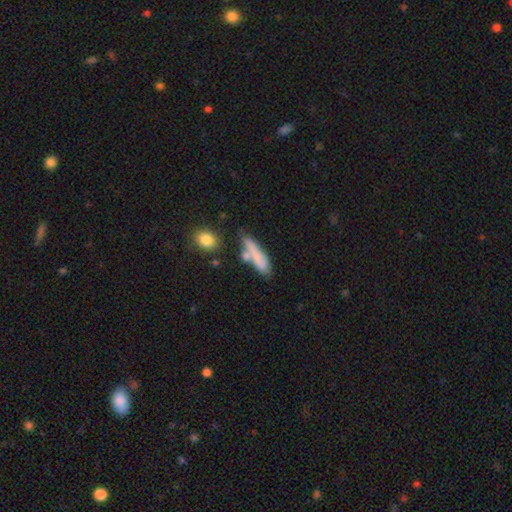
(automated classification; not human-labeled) smooth 73%, featured or disk 19%, star or artifact 8%. Down the decision tree: how rounded — cigar-shaped (72%); merging — none (55%).